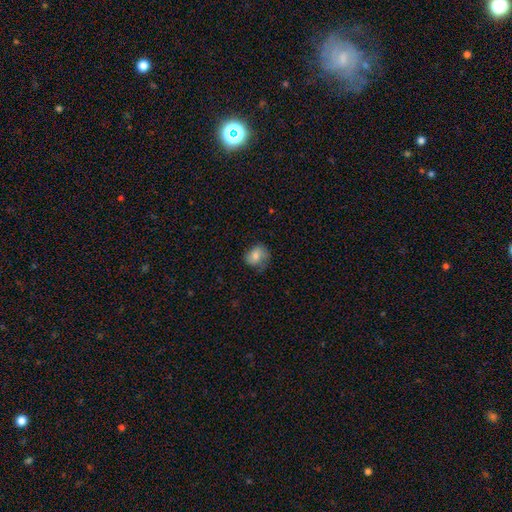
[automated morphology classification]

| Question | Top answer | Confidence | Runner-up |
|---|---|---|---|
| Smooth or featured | smooth | 73% | featured or disk (19%) |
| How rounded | round | 56% | in between (43%) |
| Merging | none | 55% | minor disturbance (30%) |